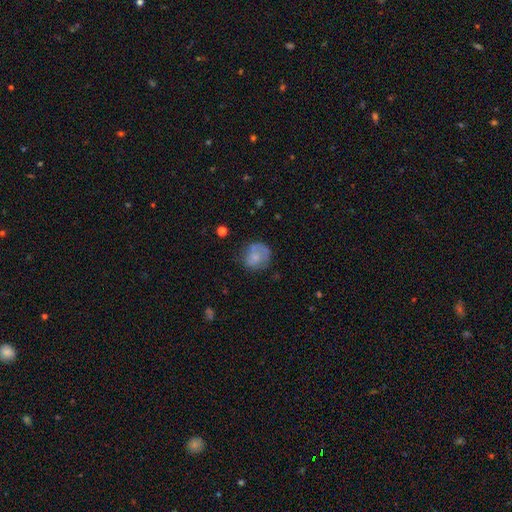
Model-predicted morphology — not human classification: Smooth or featured? smooth (56%)
How rounded? round (74%)
Merging? none (53%)